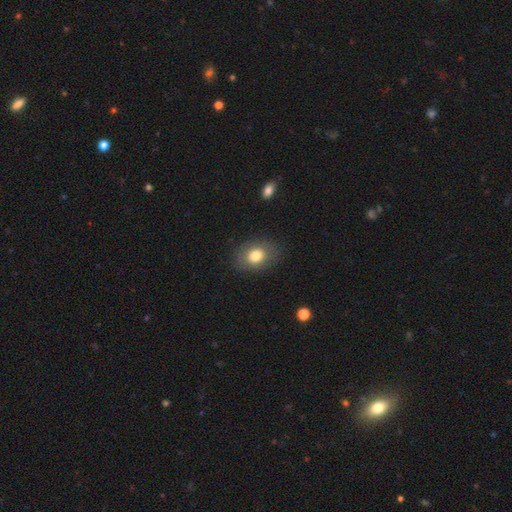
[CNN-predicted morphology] Overall: smooth (76%). How rounded: in between (69%; round 30%). Merging: none (84%).